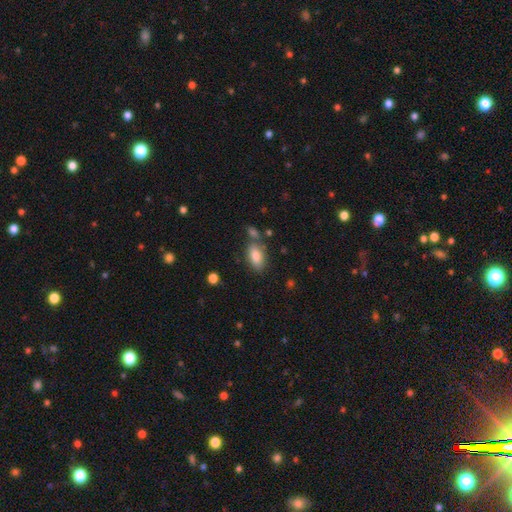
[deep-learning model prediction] This is clearly a smooth galaxy (83%). How rounded: clearly in between (89%). Merging: likely none (67%).